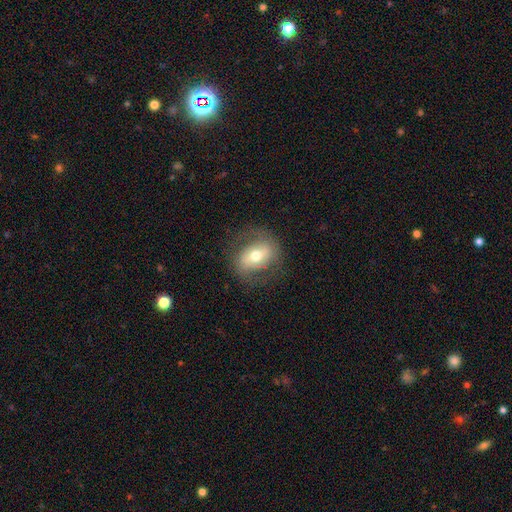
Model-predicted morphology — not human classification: smooth_or_featured: featured or disk (p=0.52) [alt: smooth p=0.41]
disk_edge_on: no (p=0.93) [alt: yes p=0.07]
merging: none (p=0.75) [alt: minor disturbance p=0.15]